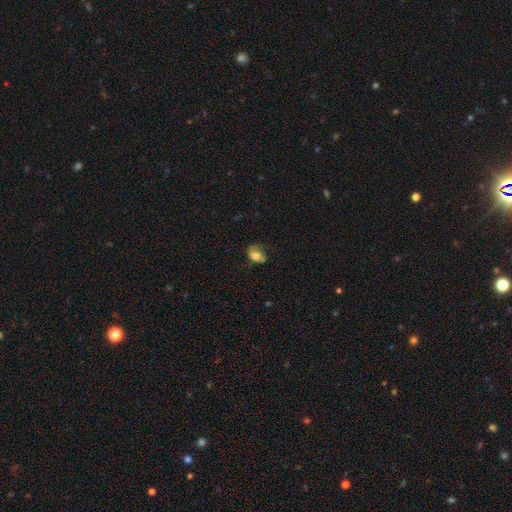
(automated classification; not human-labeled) smooth_or_featured: smooth (p=0.71) [alt: featured or disk p=0.21]
how_rounded: in between (p=0.80) [alt: round p=0.19]
merging: none (p=0.47) [alt: minor disturbance p=0.32]